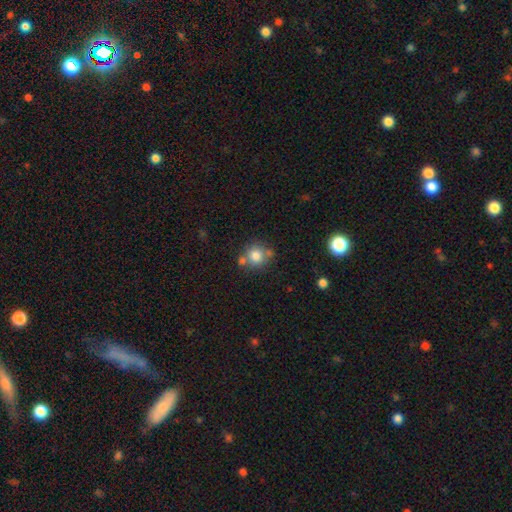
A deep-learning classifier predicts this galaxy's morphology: This is likely a smooth galaxy (80%). How rounded: clearly round (88%). Merging: likely none (62%).